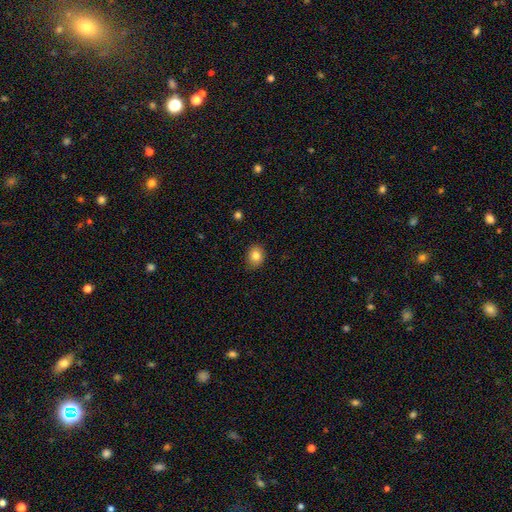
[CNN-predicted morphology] Smooth or featured: smooth — 82% (star or artifact — 10%)
How rounded: round — 56% (in between — 44%)
Merging: none — 84% (minor disturbance — 13%)